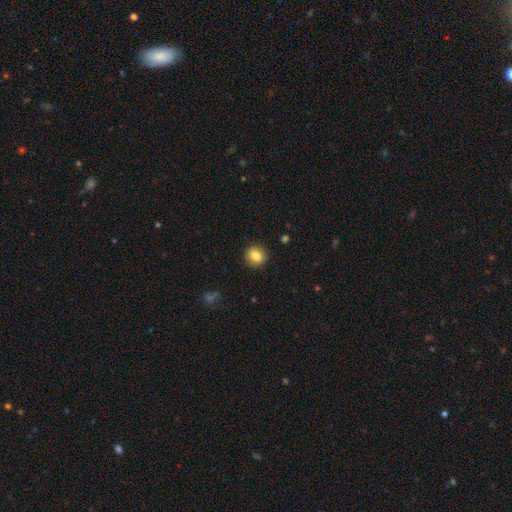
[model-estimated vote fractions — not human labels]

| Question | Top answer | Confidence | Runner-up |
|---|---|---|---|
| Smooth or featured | smooth | 81% | featured or disk (10%) |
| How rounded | round | 77% | in between (21%) |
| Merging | none | 90% | minor disturbance (7%) |